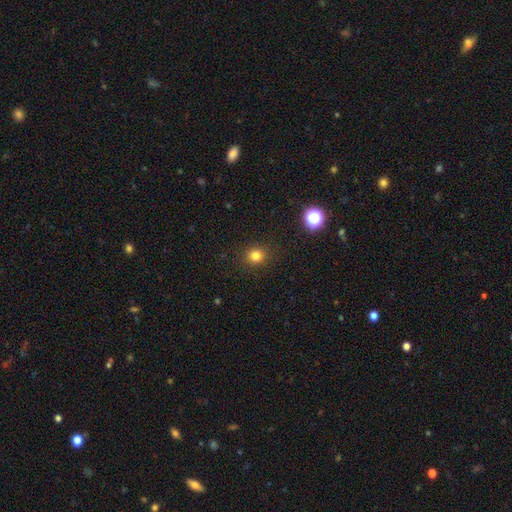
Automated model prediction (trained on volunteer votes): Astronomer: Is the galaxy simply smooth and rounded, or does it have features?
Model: smooth — 81%.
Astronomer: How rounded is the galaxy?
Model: round — 86%.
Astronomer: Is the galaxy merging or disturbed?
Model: none — 90%.